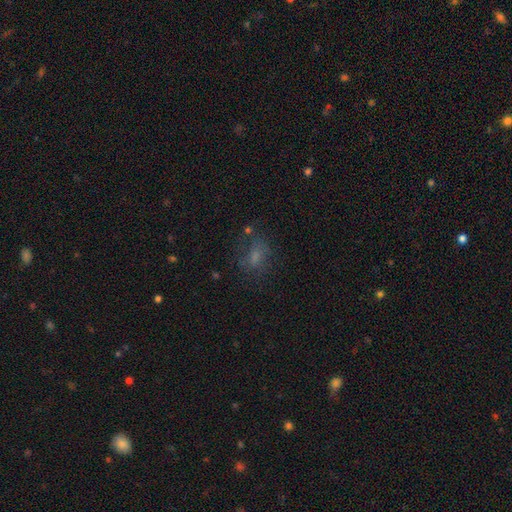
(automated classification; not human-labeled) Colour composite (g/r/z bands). It shows a smooth galaxy with no disk features (56%) that is in between round and cigar-shaped (66%). Merging: none (59%).